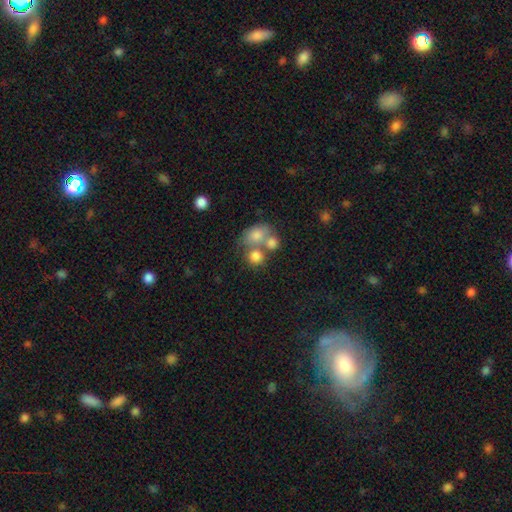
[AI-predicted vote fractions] Smooth or featured? Predicted: smooth (p=0.75). How rounded? Predicted: round (p=0.74). Merging? Predicted: merger (p=0.45).